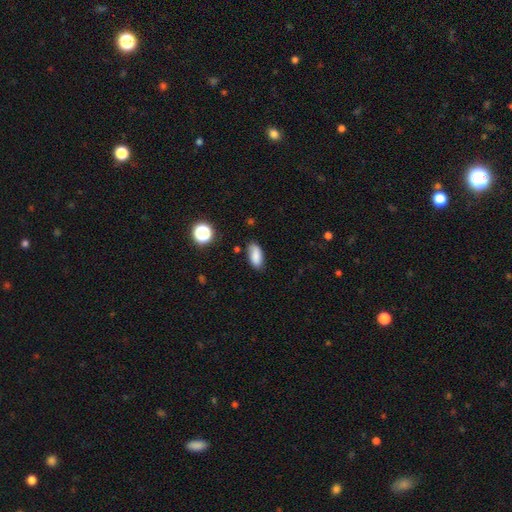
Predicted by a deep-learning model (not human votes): Morphology: type=smooth (82%); roundness=in between (86%); merging=none (78%).